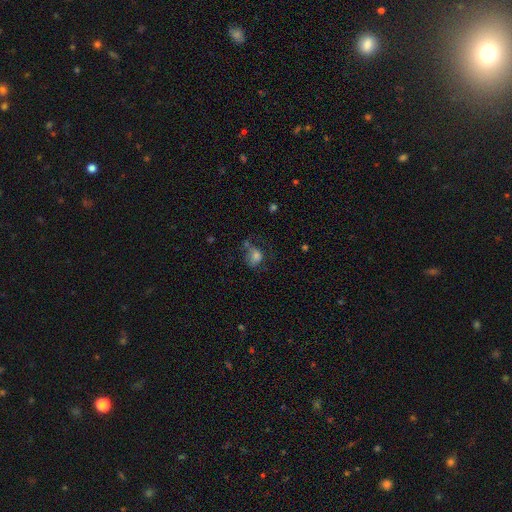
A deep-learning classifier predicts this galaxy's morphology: Smooth or featured: smooth — 68% (featured or disk — 17%)
How rounded: in between — 51% (round — 47%)
Merging: none — 39% (major disturbance — 25%)